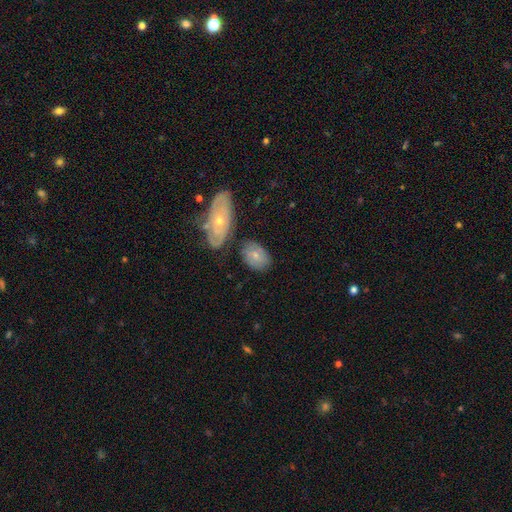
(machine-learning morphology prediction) Smooth or featured? Predicted: smooth (p=0.58). How rounded? Predicted: in between (p=0.79). Merging? Predicted: none (p=0.67).